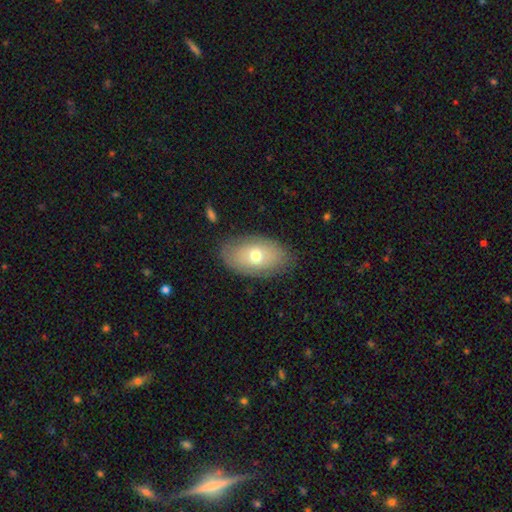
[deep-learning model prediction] Smooth or featured? smooth (62%)
How rounded? in between (89%)
Merging? none (81%)